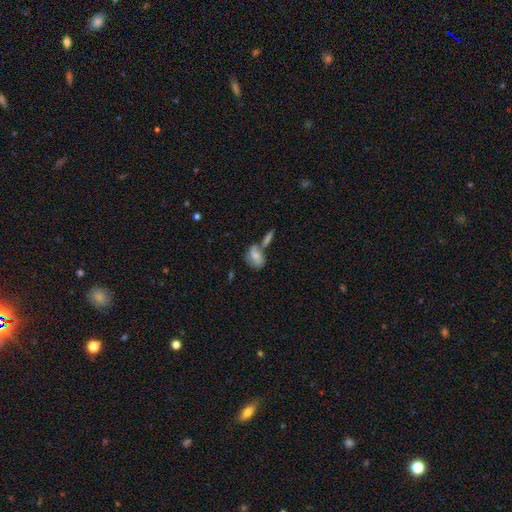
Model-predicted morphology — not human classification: Smooth or featured? Predicted: smooth (p=0.60). How rounded? Predicted: in between (p=0.78). Merging? Predicted: merger (p=0.40).